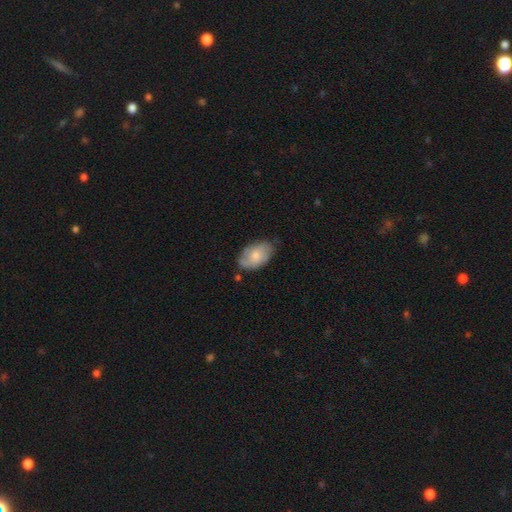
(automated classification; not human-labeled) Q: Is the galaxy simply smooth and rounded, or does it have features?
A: smooth — 60%.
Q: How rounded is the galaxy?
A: in between — 91%.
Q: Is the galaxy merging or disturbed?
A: none — 66%.